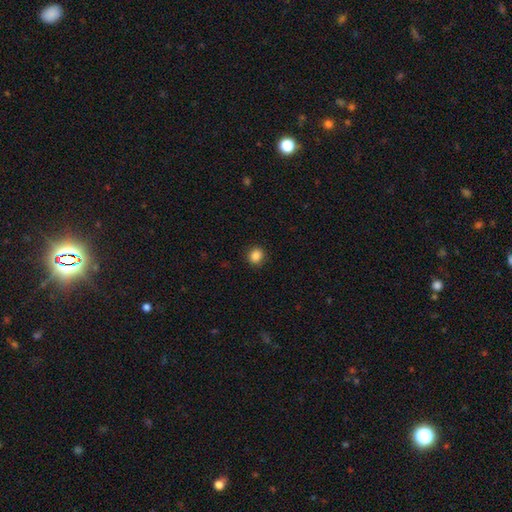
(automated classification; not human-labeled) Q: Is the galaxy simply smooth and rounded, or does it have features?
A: smooth — 87%.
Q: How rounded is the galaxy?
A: round — 74%.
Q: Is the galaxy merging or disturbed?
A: none — 89%.